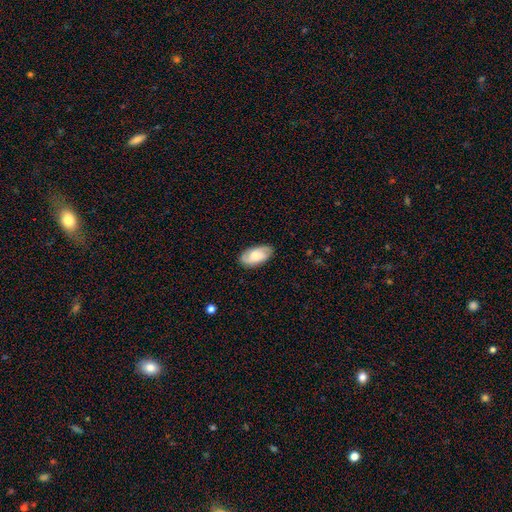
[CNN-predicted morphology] Overall: smooth (51%; featured or disk 42%). How rounded: in between (93%). Merging: none (84%).